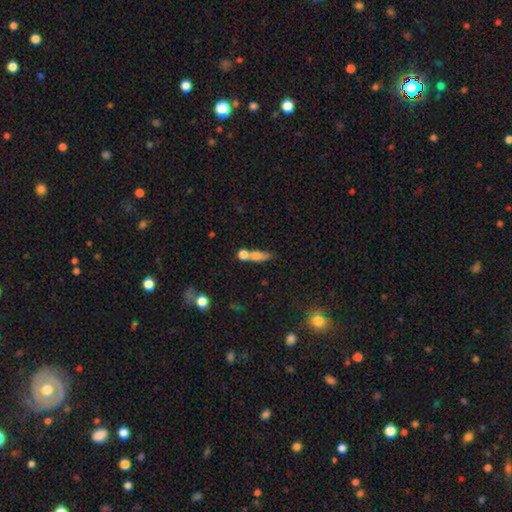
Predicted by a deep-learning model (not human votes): A smooth galaxy with no disk features (68%) that is in between round and cigar-shaped (48%).

Vote fractions:
- Smooth or featured? smooth: 68% / featured or disk: 21% / star or artifact: 11%
- How rounded? in between: 48% / cigar-shaped: 36% / round: 16%
- Merging? merger: 45% / none: 36% / minor disturbance: 12% / major disturbance: 7%